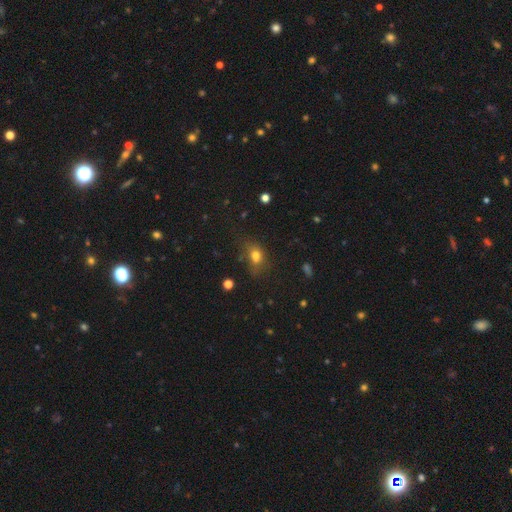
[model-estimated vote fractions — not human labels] This appears to be a smooth galaxy with no disk features (74%) that is in between round and cigar-shaped (61%). Merging: none (56%).